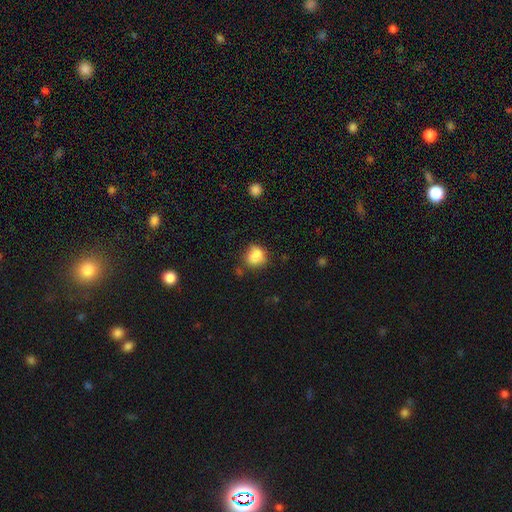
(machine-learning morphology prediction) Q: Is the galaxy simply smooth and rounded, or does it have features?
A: smooth — 79%.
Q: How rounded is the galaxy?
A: round — 65%.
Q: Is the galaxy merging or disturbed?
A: none — 52%.